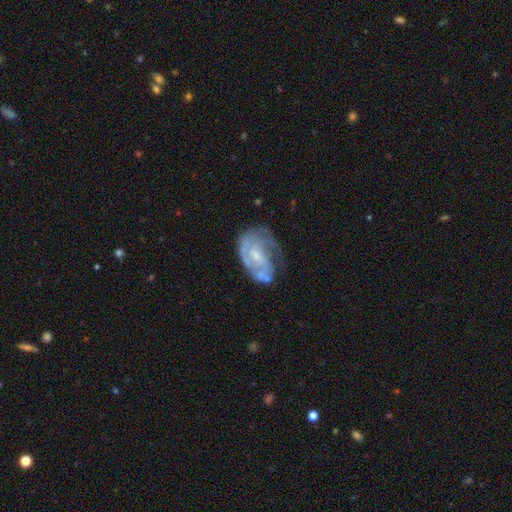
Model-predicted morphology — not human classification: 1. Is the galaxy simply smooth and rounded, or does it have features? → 73% featured or disk, 20% smooth, 7% star or artifact.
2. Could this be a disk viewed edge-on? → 97% no, 3% yes.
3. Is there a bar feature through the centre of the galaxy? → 57% no, 36% weak, 7% strong.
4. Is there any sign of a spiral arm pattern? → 76% yes, 24% no.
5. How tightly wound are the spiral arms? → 44% tight, 38% medium, 18% loose.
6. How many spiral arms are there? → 37% can't tell, 30% 2, 14% 3, 11% 1, 4% 4, 3% more than 4.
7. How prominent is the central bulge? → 55% small, 32% moderate, 10% none, 2% large, 1% dominant.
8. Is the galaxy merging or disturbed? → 48% none, 27% minor disturbance, 21% major disturbance, 4% merger.